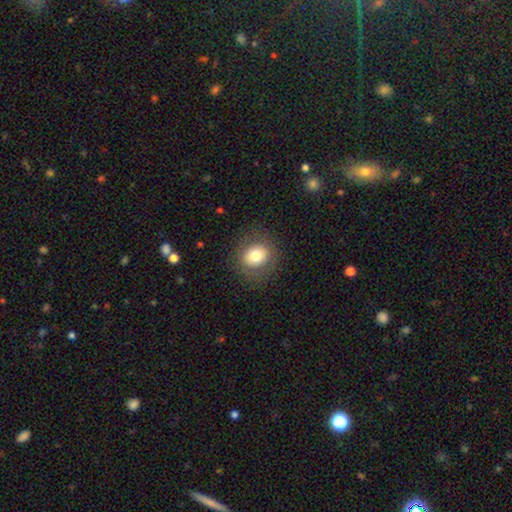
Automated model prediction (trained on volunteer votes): A smooth galaxy with no disk features (74%) that is round (75%). Merging: none (83%).